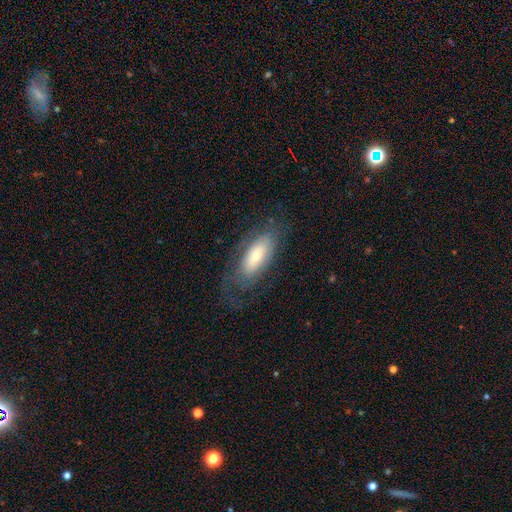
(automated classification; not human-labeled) smooth_or_featured: smooth (p=0.54) [alt: featured or disk p=0.38]
how_rounded: in between (p=0.76) [alt: cigar-shaped p=0.22]
merging: none (p=0.62) [alt: minor disturbance p=0.21]